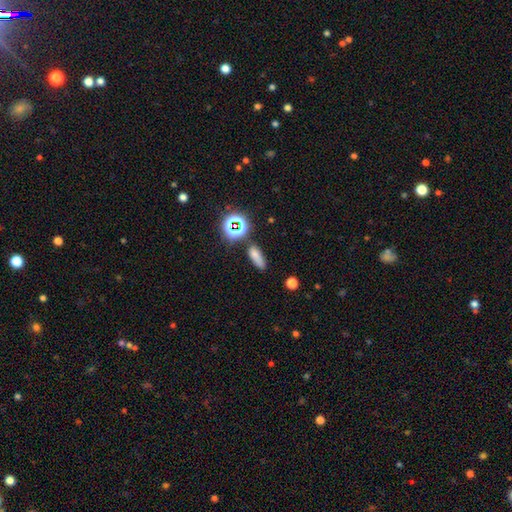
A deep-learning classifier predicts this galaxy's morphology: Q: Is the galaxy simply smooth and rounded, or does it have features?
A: smooth — 71%.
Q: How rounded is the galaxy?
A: in between — 58%.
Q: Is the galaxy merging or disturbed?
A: none — 73%.